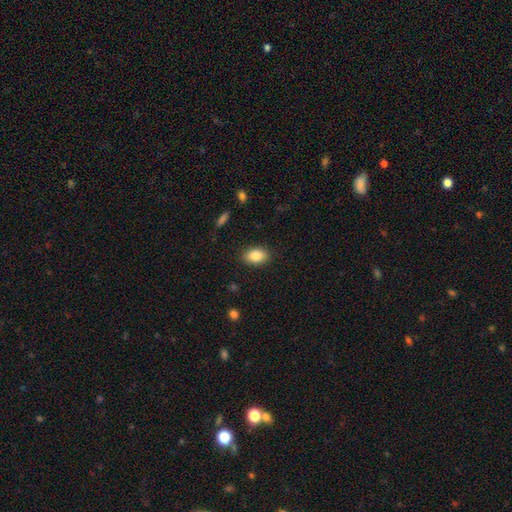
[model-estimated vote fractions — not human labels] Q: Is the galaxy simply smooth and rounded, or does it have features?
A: smooth — 86%.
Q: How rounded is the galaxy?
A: in between — 86%.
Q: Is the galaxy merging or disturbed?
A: none — 87%.